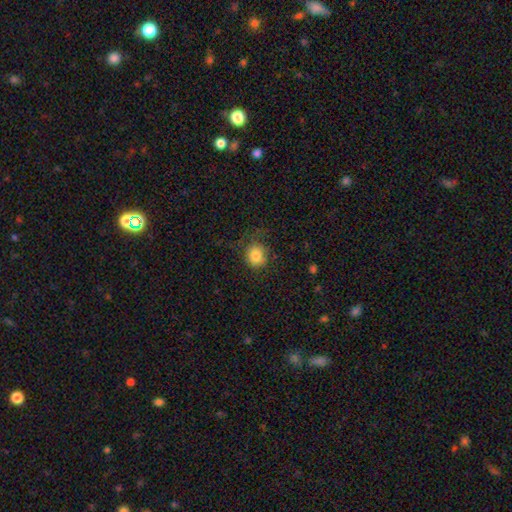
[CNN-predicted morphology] smooth_or_featured: smooth (p=0.83) [alt: star or artifact p=0.10]
how_rounded: round (p=0.84) [alt: in between p=0.15]
merging: none (p=0.70) [alt: minor disturbance p=0.19]